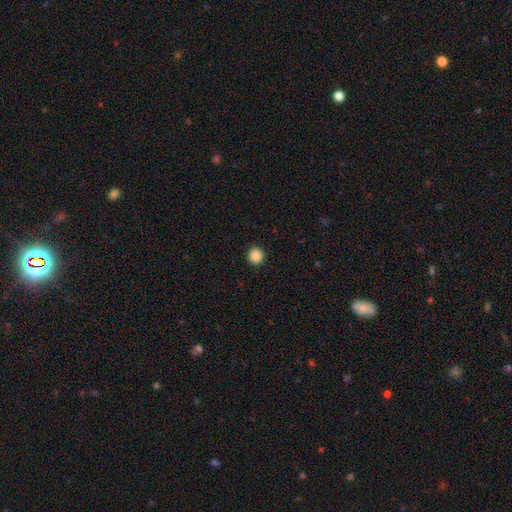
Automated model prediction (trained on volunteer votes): Overall: smooth (87%). How rounded: round (93%). Merging: none (93%).